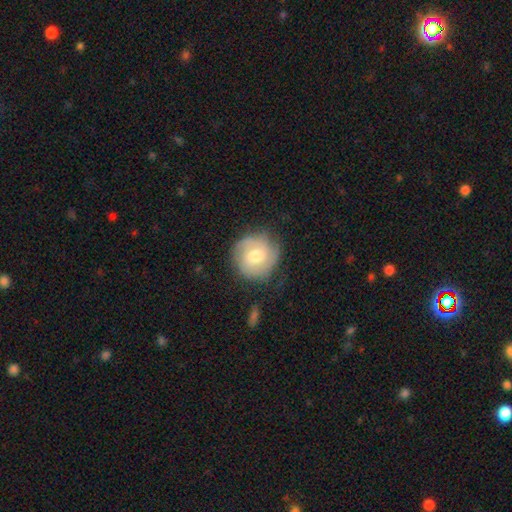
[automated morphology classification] smooth-or-featured: smooth: 47% | featured or disk: 46% | star or artifact: 7%
  merging: none: 73% | minor disturbance: 19% | major disturbance: 6% | merger: 2%